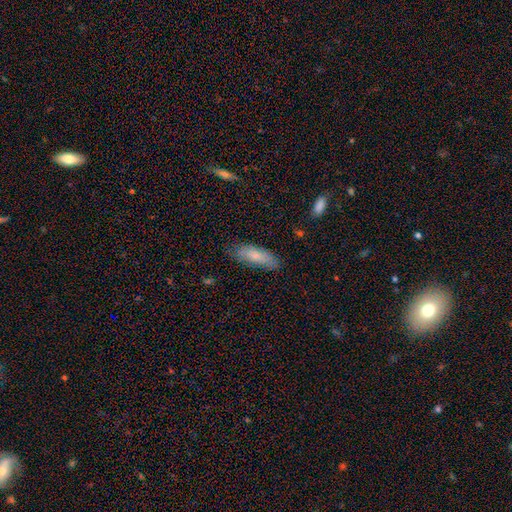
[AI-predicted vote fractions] Smooth or featured: smooth — 76% (featured or disk — 18%)
How rounded: in between — 62% (cigar-shaped — 37%)
Merging: none — 73% (minor disturbance — 21%)